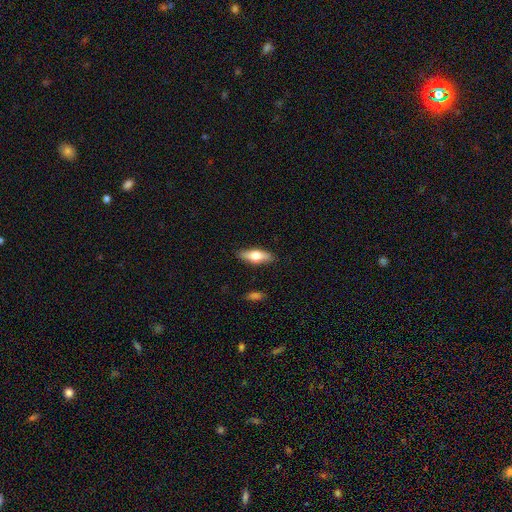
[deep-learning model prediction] smooth_or_featured: smooth (p=0.61) [alt: featured or disk p=0.33]
how_rounded: in between (p=0.60) [alt: cigar-shaped p=0.37]
merging: none (p=0.87) [alt: minor disturbance p=0.09]